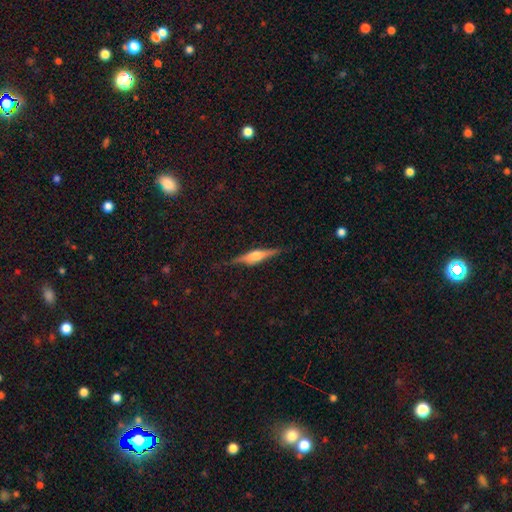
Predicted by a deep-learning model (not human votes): Smooth or featured? Predicted: featured or disk (p=0.71). Edge-on disk? Predicted: yes (p=0.97). Edge-on bulge? Predicted: rounded (p=0.84). Merging? Predicted: none (p=0.85).